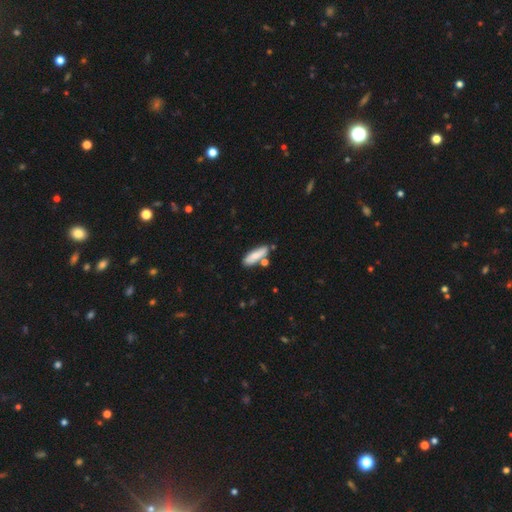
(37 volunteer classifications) smooth_or_featured: smooth (p=0.81) [alt: featured or disk p=0.19]
how_rounded: cigar-shaped (p=0.53) [alt: in between p=0.47]
merging: none (p=0.76) [alt: minor disturbance p=0.16]